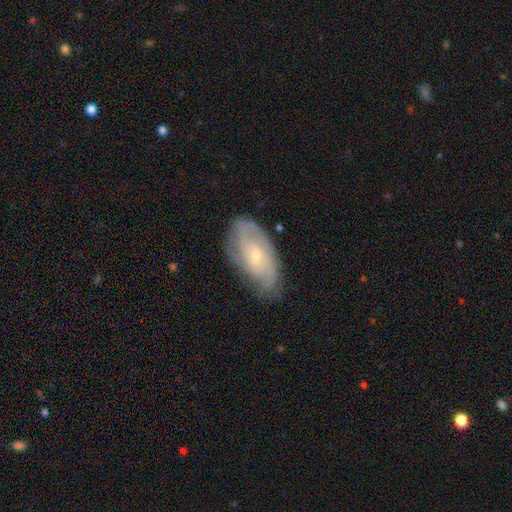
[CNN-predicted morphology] Q: Smooth or featured?
A: featured or disk (73%); runner-up: smooth (20%)
Q: Edge-on disk?
A: no (93%); runner-up: yes (7%)
Q: Bar?
A: no (56%); runner-up: weak (36%)
Q: Spiral arms?
A: yes (89%); runner-up: no (11%)
Q: Spiral winding?
A: tight (56%); runner-up: medium (34%)
Q: Spiral arm count?
A: can't tell (41%); runner-up: 2 (34%)
Q: Bulge size?
A: small (72%); runner-up: moderate (24%)
Q: Merging?
A: none (71%); runner-up: minor disturbance (22%)